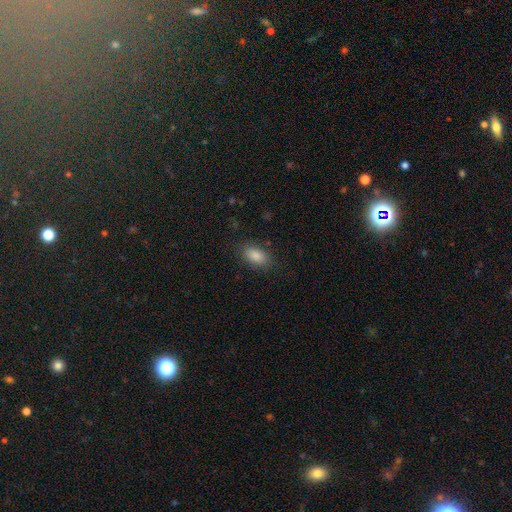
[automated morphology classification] type=smooth (87%); roundness=in between (91%); merging=none (83%).